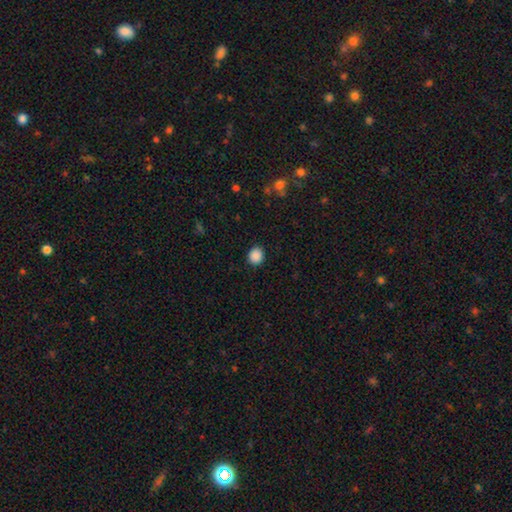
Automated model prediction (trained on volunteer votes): smooth 88%, star or artifact 9%, featured or disk 3%. Down the decision tree: how rounded — round (80%); merging — none (89%).